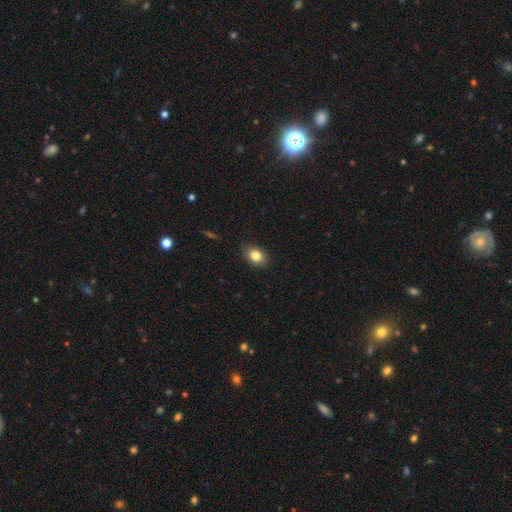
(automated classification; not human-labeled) The model was most divided on "how rounded": in between: 73%, round: 26%, cigar-shaped: 1%. More confident: merging — none (84%); smooth or featured — smooth (82%).